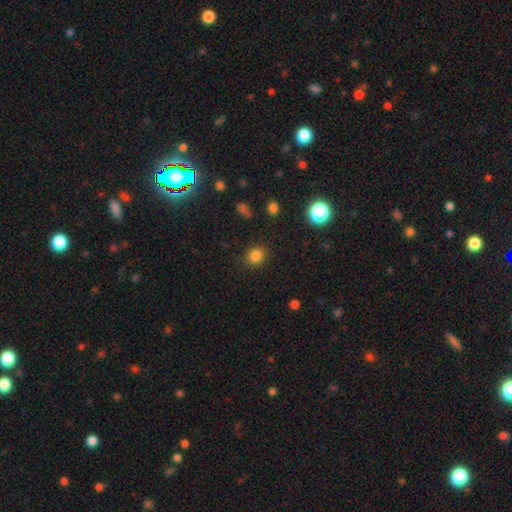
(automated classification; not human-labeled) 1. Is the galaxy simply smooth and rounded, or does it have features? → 83% smooth, 13% star or artifact, 4% featured or disk.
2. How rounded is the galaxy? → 78% round, 21% in between, 1% cigar-shaped.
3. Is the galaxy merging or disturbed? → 87% none, 8% minor disturbance, 3% major disturbance, 2% merger.